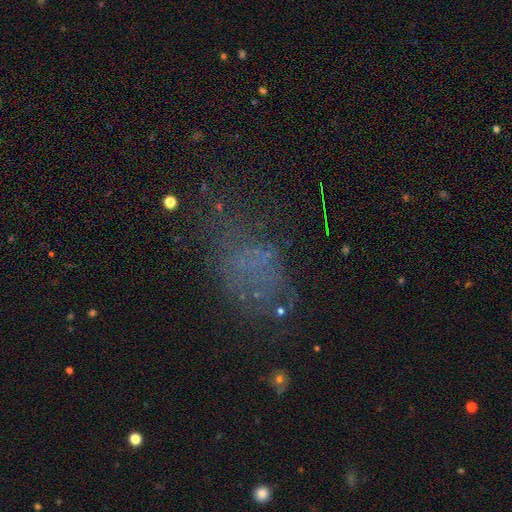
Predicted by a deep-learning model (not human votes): smooth 40%, star or artifact 33%, featured or disk 27%. Down the decision tree: merging — none (49%).